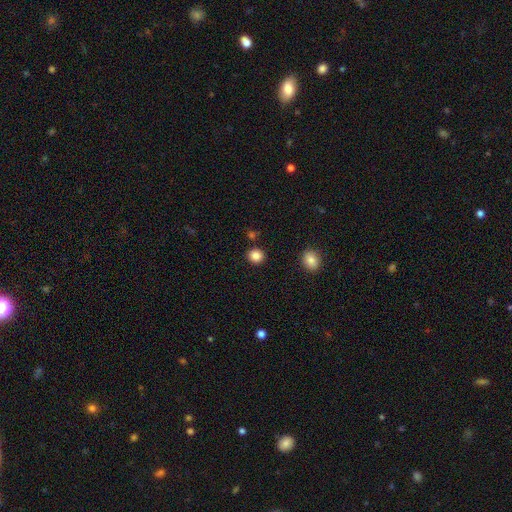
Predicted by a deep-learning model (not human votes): smooth-or-featured: smooth: 85% | star or artifact: 11% | featured or disk: 4%
  how-rounded: round: 85% | in between: 14% | cigar-shaped: 1%
  merging: none: 88% | minor disturbance: 7% | merger: 3% | major disturbance: 2%